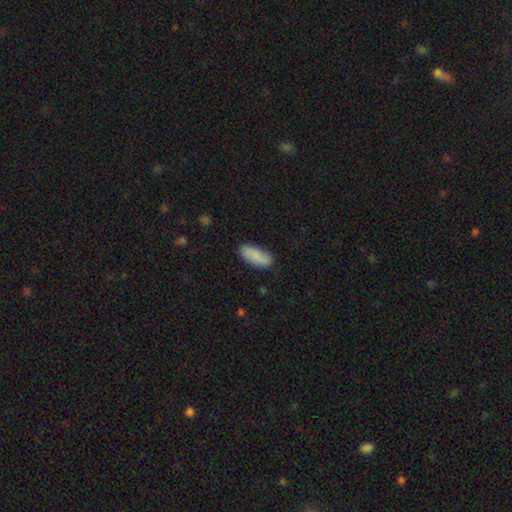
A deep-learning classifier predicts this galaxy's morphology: This appears to be a smooth galaxy with no disk features (84%) that is in between round and cigar-shaped (82%). Merging: none (80%).